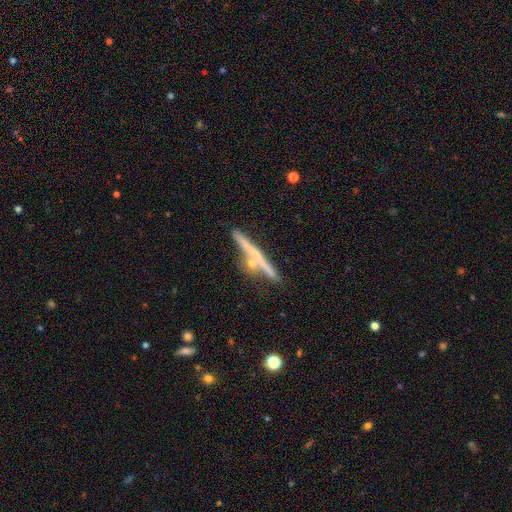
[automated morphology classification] Overall: featured or disk (59%; smooth 34%). Edge-on disk: yes (96%). Edge-on bulge: none (54%; rounded 41%). Merging: none (74%).